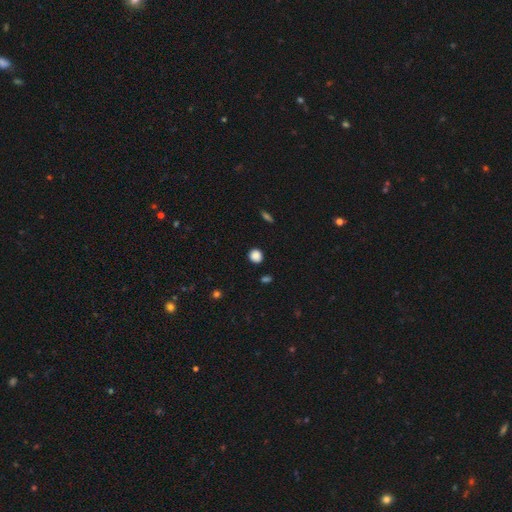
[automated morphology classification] type=smooth (86%); roundness=round (82%); merging=none (89%).